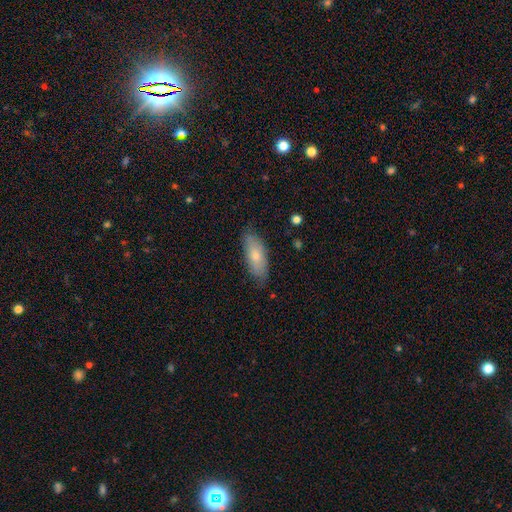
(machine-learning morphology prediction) A smooth galaxy with no disk features (70%) that is in between round and cigar-shaped (75%).

Vote fractions:
- Smooth or featured? smooth: 70% / featured or disk: 24% / star or artifact: 6%
- How rounded? in between: 75% / cigar-shaped: 22% / round: 2%
- Merging? none: 78% / minor disturbance: 18% / major disturbance: 3% / merger: 1%